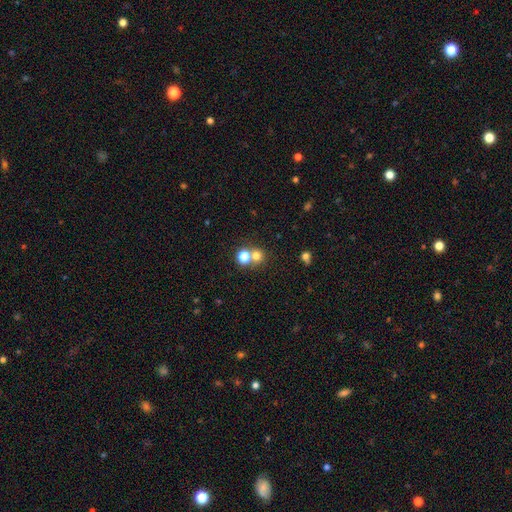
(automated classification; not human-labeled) A smooth galaxy with no disk features (71%) that is round (87%). Merging: none (54%).